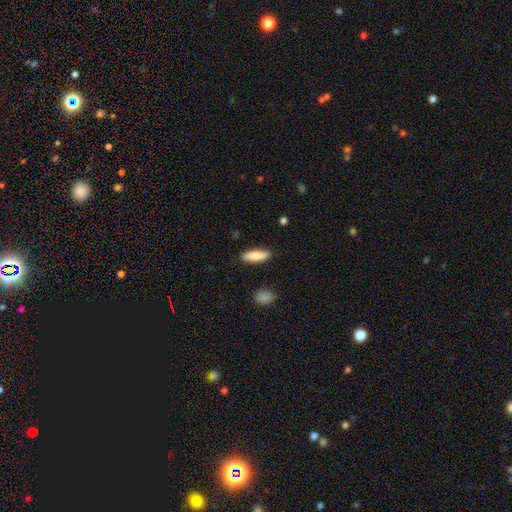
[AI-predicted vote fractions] This is clearly a smooth galaxy (83%). How rounded: possibly in between (54%). Merging: clearly none (86%).